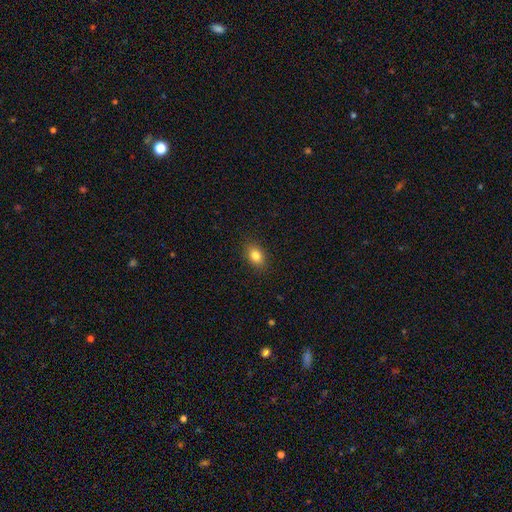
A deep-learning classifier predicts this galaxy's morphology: smooth 83%, star or artifact 9%, featured or disk 8%. Down the decision tree: how rounded — in between (79%); merging — none (88%).